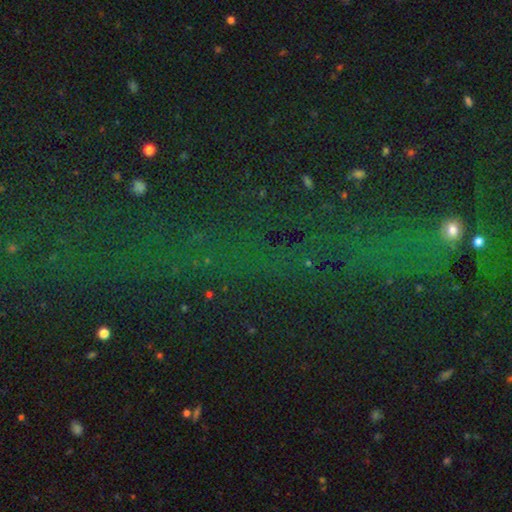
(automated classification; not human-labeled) Morphology: type=star or artifact (70%).